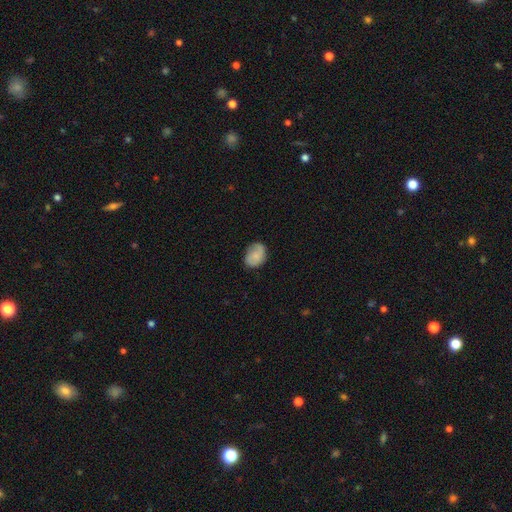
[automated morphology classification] This appears to be a smooth galaxy with no disk features (59%) that is in between round and cigar-shaped (70%). Merging: none (72%).